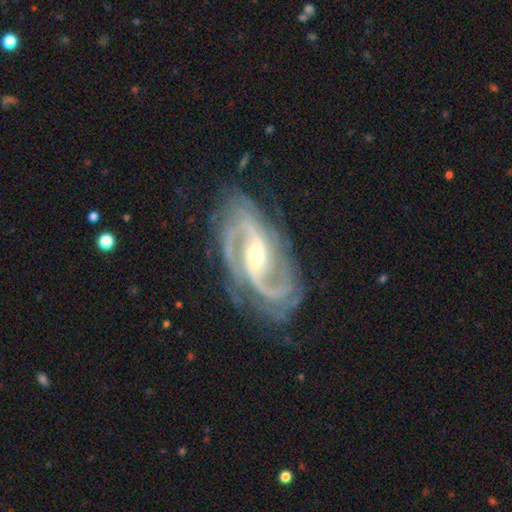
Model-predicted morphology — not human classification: Smooth or featured: featured or disk — 92% (star or artifact — 5%)
Edge-on disk: no — 96% (yes — 4%)
Bar: weak — 38% (strong — 33%)
Spiral arms: yes — 98% (no — 2%)
Spiral winding: medium — 50% (tight — 34%)
Spiral arm count: 2 — 69% (3 — 13%)
Bulge size: small — 50% (moderate — 47%)
Merging: none — 75% (minor disturbance — 16%)